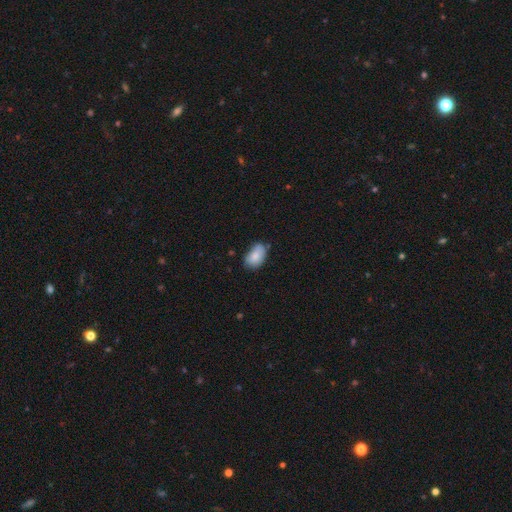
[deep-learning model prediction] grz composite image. It shows a smooth galaxy with no disk features (82%) that is in between round and cigar-shaped (88%). Merging: none (56%).